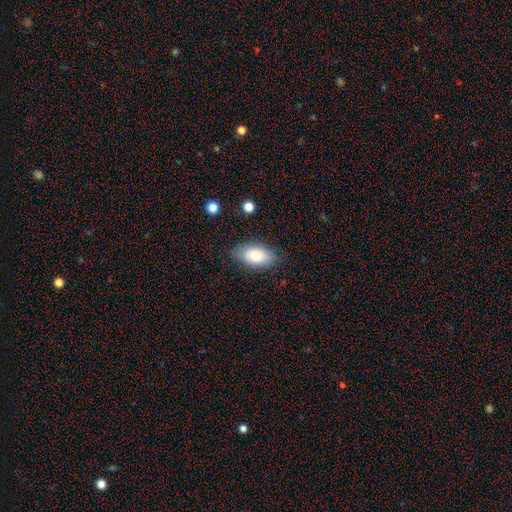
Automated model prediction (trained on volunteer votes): Smooth or featured: smooth — 83% (featured or disk — 11%)
How rounded: in between — 93% (round — 4%)
Merging: none — 82% (minor disturbance — 13%)